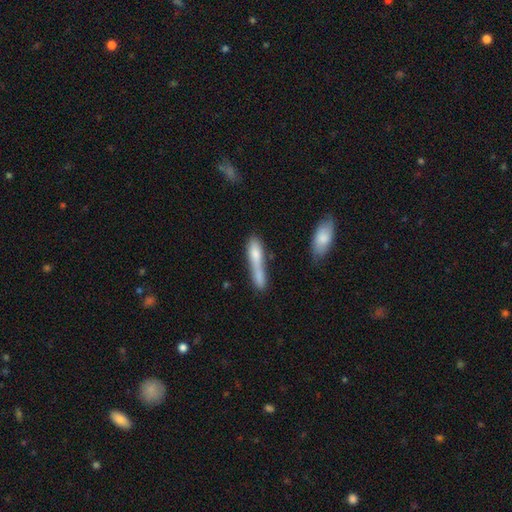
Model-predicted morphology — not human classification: Smooth or featured? smooth (71%)
How rounded? cigar-shaped (74%)
Merging? merger (41%)